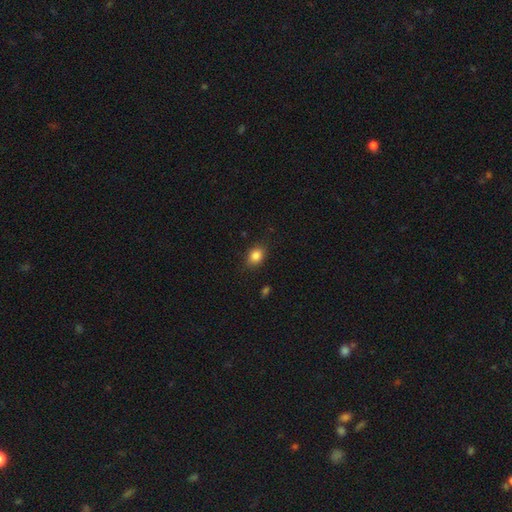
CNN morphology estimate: This is clearly a smooth galaxy (86%). How rounded: likely in between (65%). Merging: clearly none (83%).